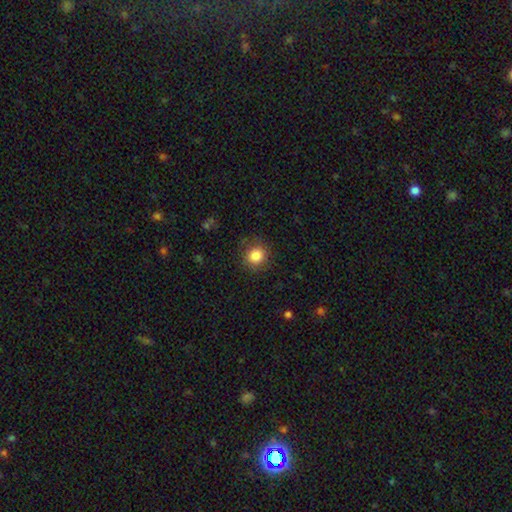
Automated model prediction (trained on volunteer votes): Smooth or featured? Predicted: smooth (p=0.85). How rounded? Predicted: round (p=0.87). Merging? Predicted: none (p=0.85).